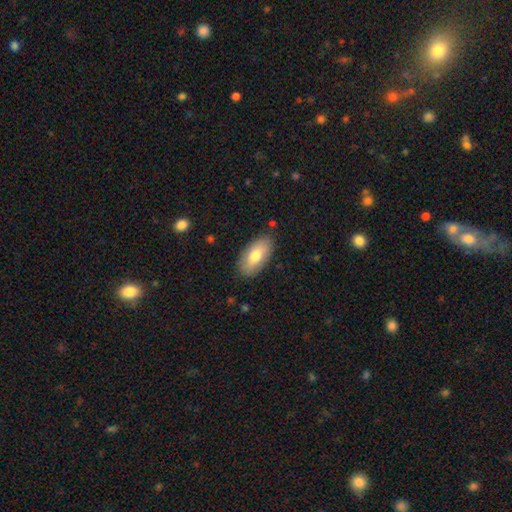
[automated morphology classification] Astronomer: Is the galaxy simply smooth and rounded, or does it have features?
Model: smooth — 73%.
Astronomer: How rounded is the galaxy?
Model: in between — 92%.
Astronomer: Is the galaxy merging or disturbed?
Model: none — 85%.